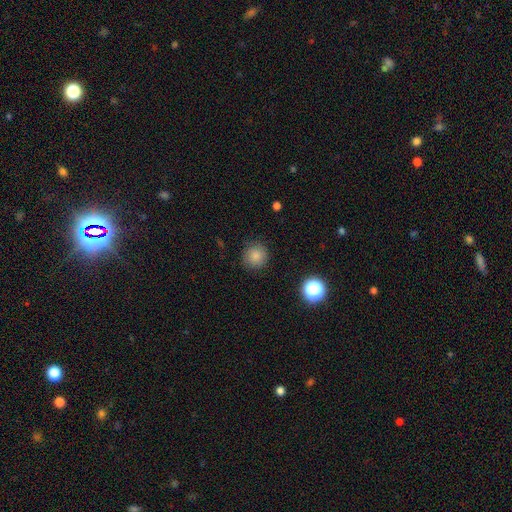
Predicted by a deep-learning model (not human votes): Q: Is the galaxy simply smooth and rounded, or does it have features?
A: smooth — 83%.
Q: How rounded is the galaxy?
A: round — 93%.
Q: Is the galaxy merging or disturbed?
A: none — 86%.